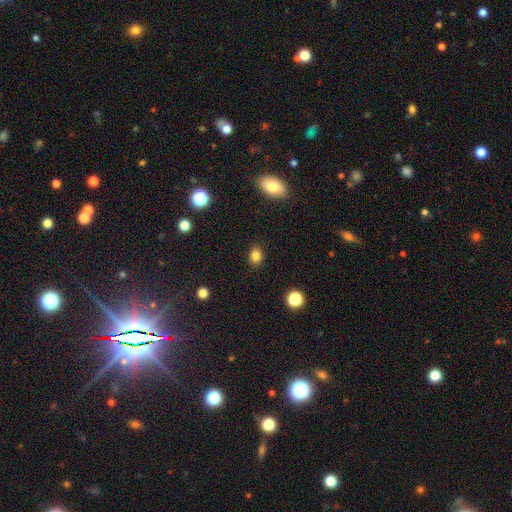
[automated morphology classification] Q: Smooth or featured?
A: smooth (83%); runner-up: star or artifact (12%)
Q: How rounded?
A: in between (54%); runner-up: round (45%)
Q: Merging?
A: none (88%); runner-up: minor disturbance (8%)